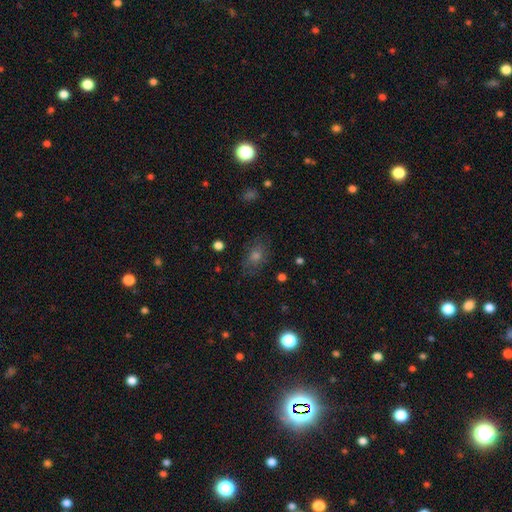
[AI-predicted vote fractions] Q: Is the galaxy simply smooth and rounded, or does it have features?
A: smooth — 55%.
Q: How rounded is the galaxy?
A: in between — 61%.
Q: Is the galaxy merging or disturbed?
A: none — 78%.